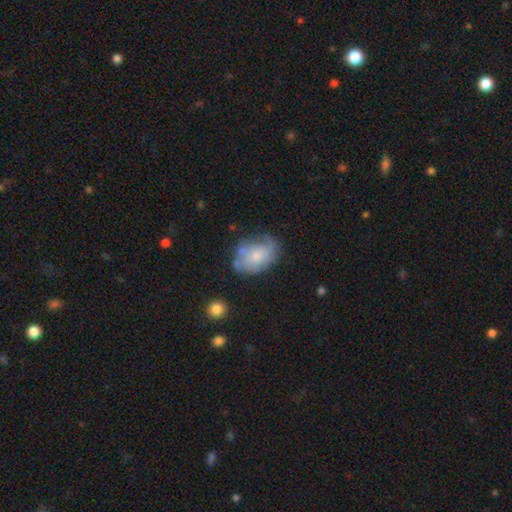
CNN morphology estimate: smooth-or-featured: smooth: 57% | featured or disk: 36% | star or artifact: 8%
  how-rounded: in between: 78% | round: 21% | cigar-shaped: 1%
  merging: none: 48% | minor disturbance: 32% | major disturbance: 15% | merger: 5%